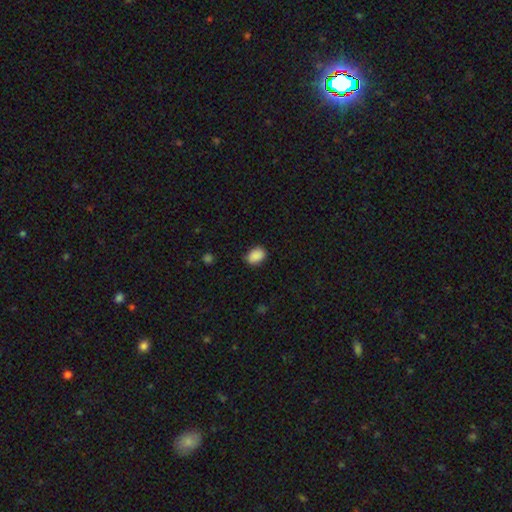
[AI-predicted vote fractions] A smooth galaxy with no disk features (89%) that is in between round and cigar-shaped (77%). Merging: none (78%).